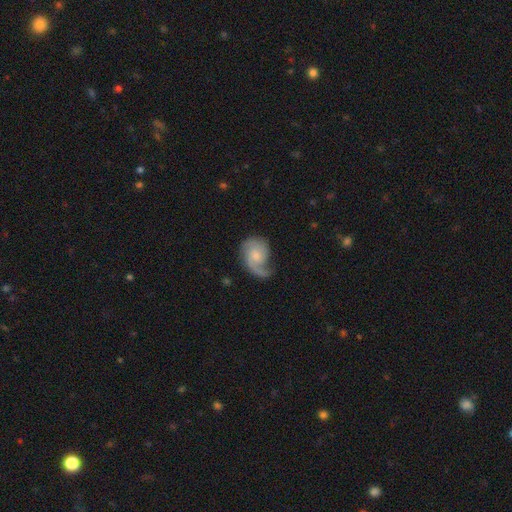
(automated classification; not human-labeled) A featured or disk galaxy (77%) with no bar (67%), 2 (47%) medium (42%) spiral arms (95%) and a small central bulge (47%).

Vote fractions:
- Smooth or featured? featured or disk: 77% / smooth: 18% / star or artifact: 5%
- Edge-on disk? no: 98% / yes: 2%
- Bar? no: 67% / weak: 29% / strong: 3%
- Spiral arms? yes: 95% / no: 5%
- Spiral winding? medium: 42% / loose: 34% / tight: 24%
- Spiral arm count? 2: 47% / 1: 40% / can't tell: 6% / 3: 4% / 4: 1% / more than 4: 1%
- Bulge size? small: 47% / moderate: 37% / none: 11% / large: 4% / dominant: 1%
- Merging? none: 47% / minor disturbance: 27% / major disturbance: 24% / merger: 2%